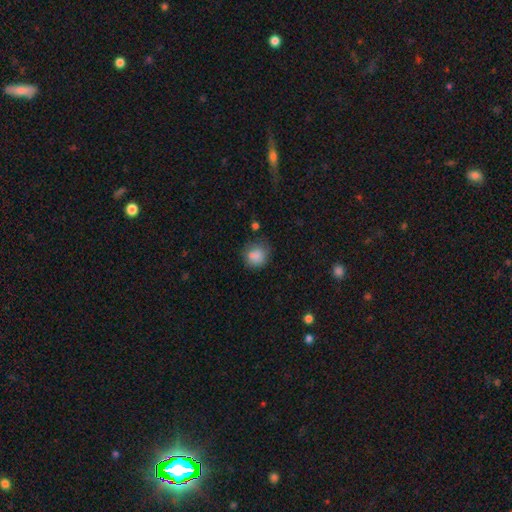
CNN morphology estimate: smooth-or-featured: smooth: 83% | star or artifact: 10% | featured or disk: 7%
  how-rounded: round: 78% | in between: 21% | cigar-shaped: 1%
  merging: none: 64% | minor disturbance: 23% | major disturbance: 8% | merger: 5%